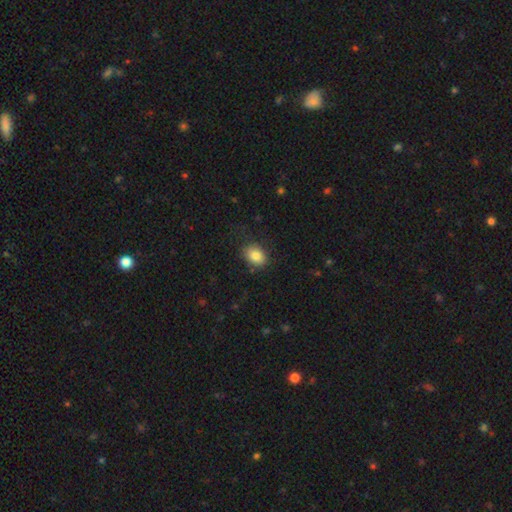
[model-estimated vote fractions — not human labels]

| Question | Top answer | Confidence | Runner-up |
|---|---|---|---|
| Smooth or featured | smooth | 84% | star or artifact (9%) |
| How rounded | in between | 63% | round (36%) |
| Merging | none | 80% | minor disturbance (15%) |